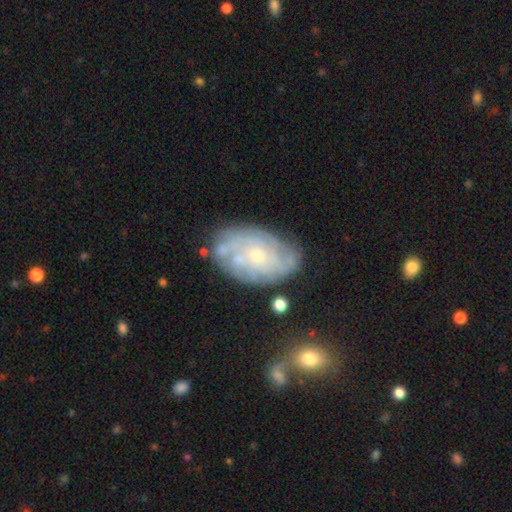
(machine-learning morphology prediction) The model was most divided on "bulge size": small: 58%, moderate: 36%, none: 2%, large: 2%, dominant: 1%. More confident: edge-on disk — no (96%); bar — no (80%); spiral arms — yes (73%); smooth or featured — featured or disk (70%); merging — none (69%).